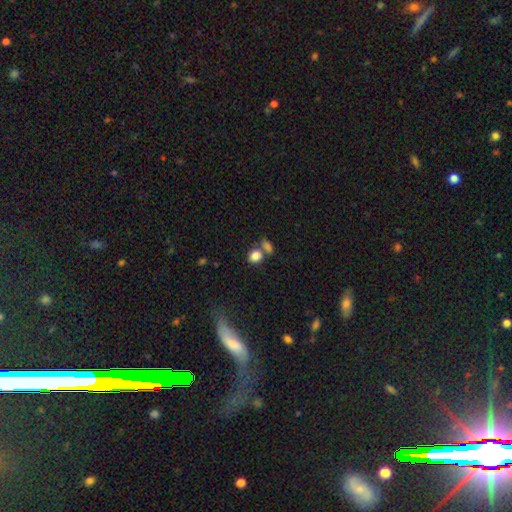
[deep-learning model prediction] The model was most divided on "how rounded": in between: 54%, round: 44%, cigar-shaped: 2%. Remaining: smooth or featured — smooth (83%); merging — none (47%).